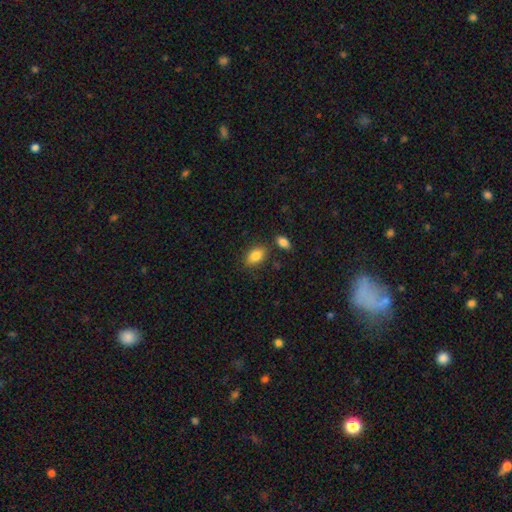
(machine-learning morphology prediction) Q: Smooth or featured?
A: smooth (85%); runner-up: featured or disk (8%)
Q: How rounded?
A: in between (89%); runner-up: round (10%)
Q: Merging?
A: none (77%); runner-up: minor disturbance (12%)